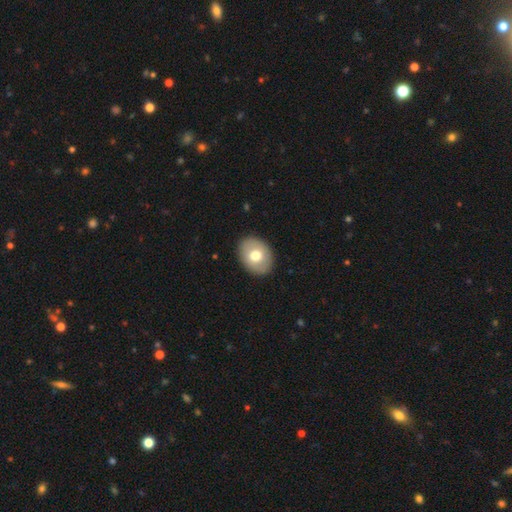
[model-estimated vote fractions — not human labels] smooth-or-featured: smooth: 70% | featured or disk: 23% | star or artifact: 7%
  how-rounded: in between: 63% | round: 36% | cigar-shaped: 1%
  merging: none: 89% | minor disturbance: 8% | major disturbance: 2% | merger: 1%